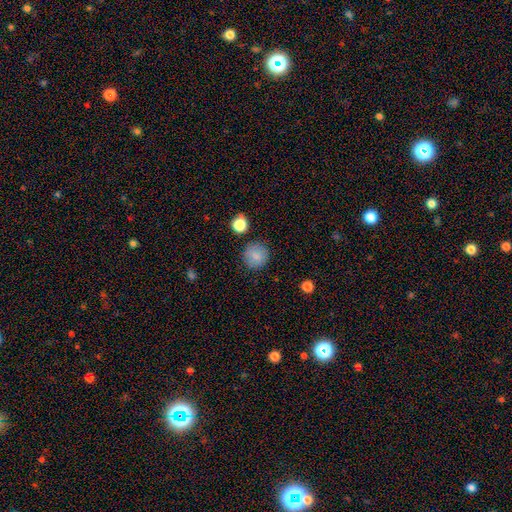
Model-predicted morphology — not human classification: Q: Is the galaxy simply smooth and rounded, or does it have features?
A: smooth — 84%.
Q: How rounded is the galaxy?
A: round — 92%.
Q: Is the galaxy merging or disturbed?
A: none — 86%.